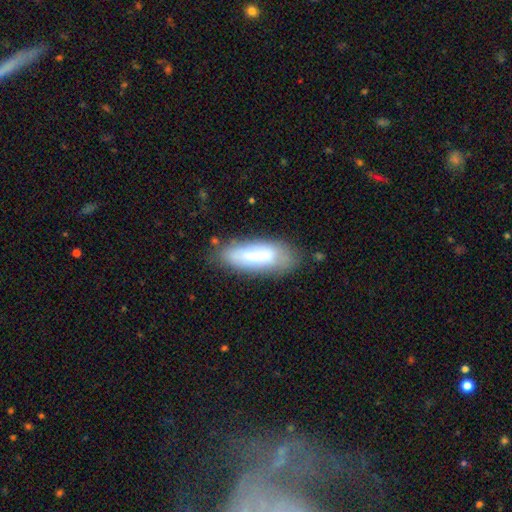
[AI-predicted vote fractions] Smooth or featured?
  - smooth: 60% *
  - featured or disk: 32%
  - star or artifact: 8%
How rounded?
  - in between: 56% *
  - cigar-shaped: 42%
  - round: 2%
Merging?
  - none: 69% *
  - minor disturbance: 20%
  - major disturbance: 7%
  - merger: 5%